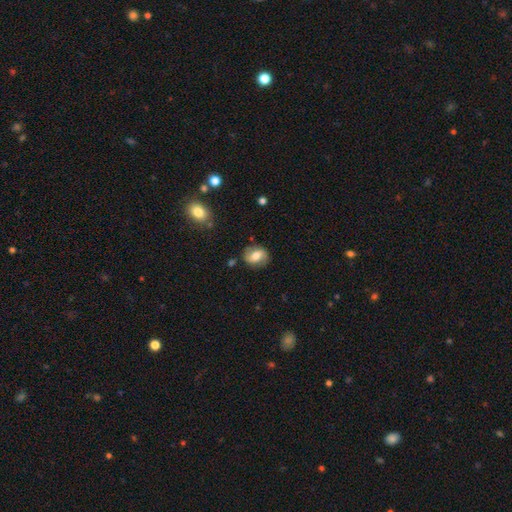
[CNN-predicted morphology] Smooth or featured: smooth — 58% (featured or disk — 34%)
How rounded: round — 50% (in between — 49%)
Merging: none — 79% (minor disturbance — 15%)